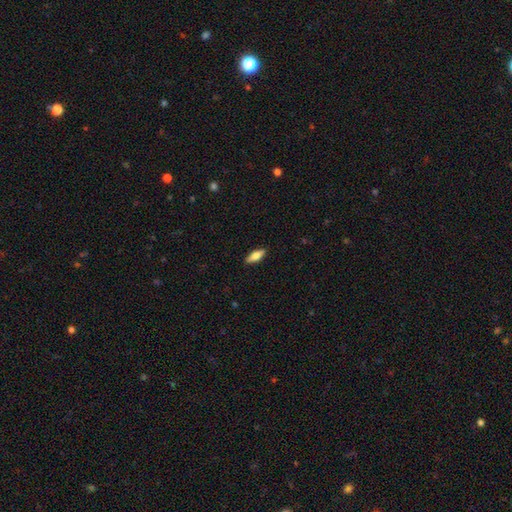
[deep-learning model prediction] A smooth galaxy with no disk features (68%) that is in between round and cigar-shaped (66%).

Vote fractions:
- Smooth or featured? smooth: 68% / featured or disk: 25% / star or artifact: 6%
- How rounded? in between: 66% / cigar-shaped: 32% / round: 2%
- Merging? none: 89% / minor disturbance: 8% / major disturbance: 2% / merger: 1%